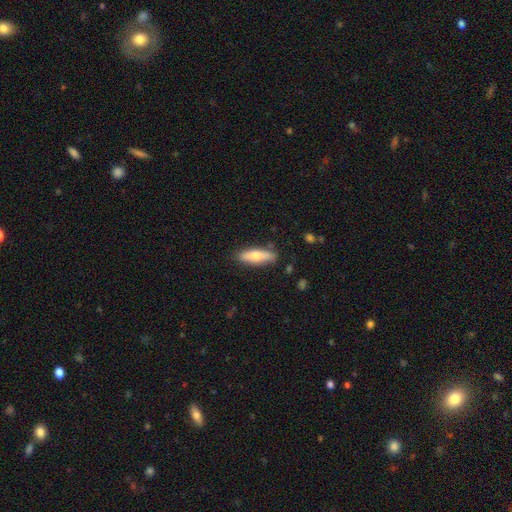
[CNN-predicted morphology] smooth-or-featured: smooth: 65% | featured or disk: 29% | star or artifact: 6%
  how-rounded: cigar-shaped: 61% | in between: 37% | round: 2%
  merging: none: 85% | minor disturbance: 12% | major disturbance: 2% | merger: 2%